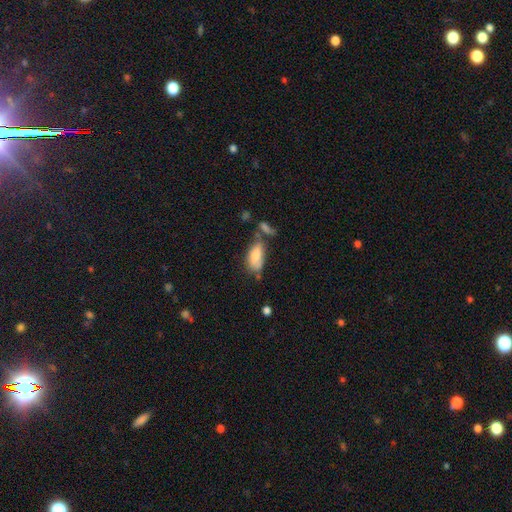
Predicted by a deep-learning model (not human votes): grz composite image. It shows a smooth galaxy with no disk features (77%) that is in between round and cigar-shaped (88%). Merging: none (48%).